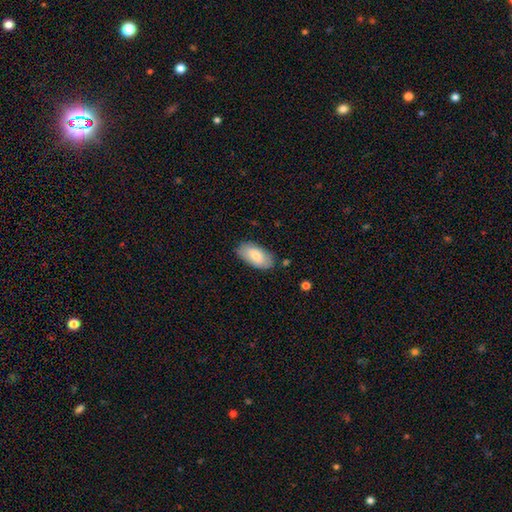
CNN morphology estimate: Smooth or featured?
  - smooth: 81% *
  - featured or disk: 13%
  - star or artifact: 6%
How rounded?
  - in between: 94% *
  - cigar-shaped: 4%
  - round: 2%
Merging?
  - none: 81% *
  - minor disturbance: 14%
  - major disturbance: 3%
  - merger: 2%